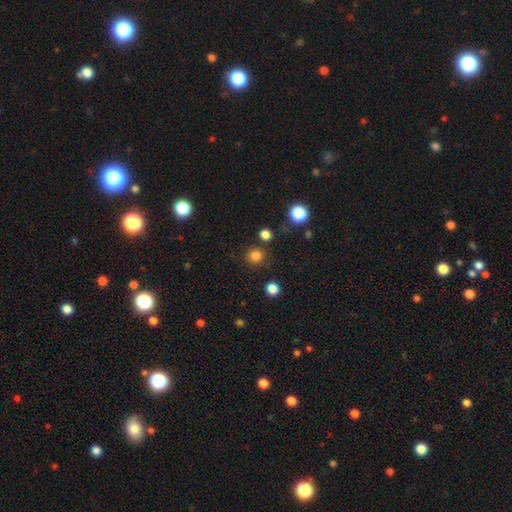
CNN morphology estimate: A smooth galaxy with no disk features (81%) that is round (93%). Merging: none (86%).